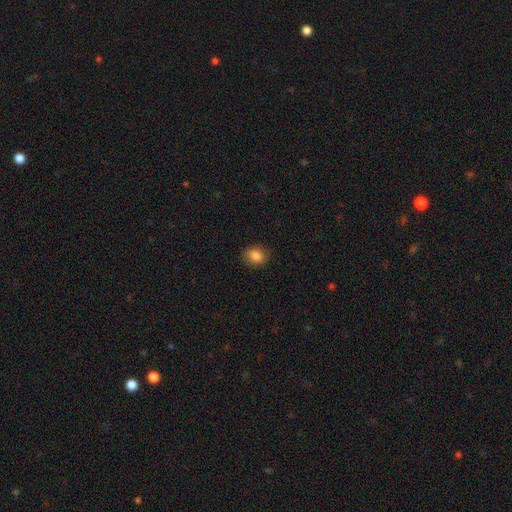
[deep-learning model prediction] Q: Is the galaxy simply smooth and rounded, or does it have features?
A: smooth — 83%.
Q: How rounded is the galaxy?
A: round — 56%.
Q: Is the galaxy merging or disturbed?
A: none — 85%.